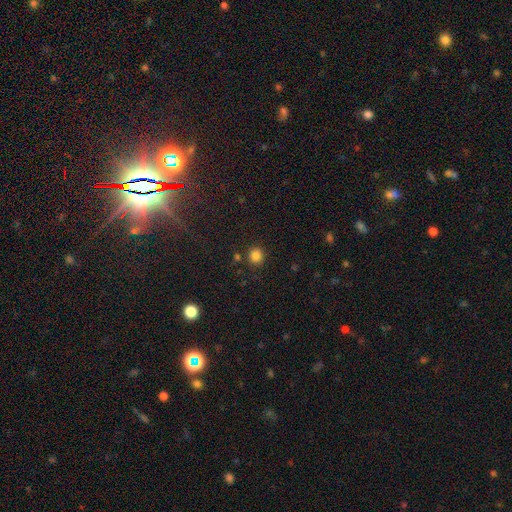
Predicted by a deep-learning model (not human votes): Q: Smooth or featured?
A: smooth (83%); runner-up: star or artifact (13%)
Q: How rounded?
A: round (91%); runner-up: in between (8%)
Q: Merging?
A: none (86%); runner-up: minor disturbance (7%)